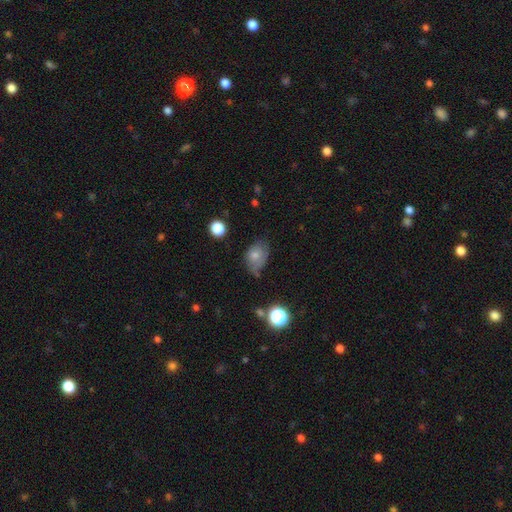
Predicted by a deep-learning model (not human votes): This is likely a smooth galaxy (72%). How rounded: likely in between (76%). Merging: marginally none (40%, tied with minor disturbance).